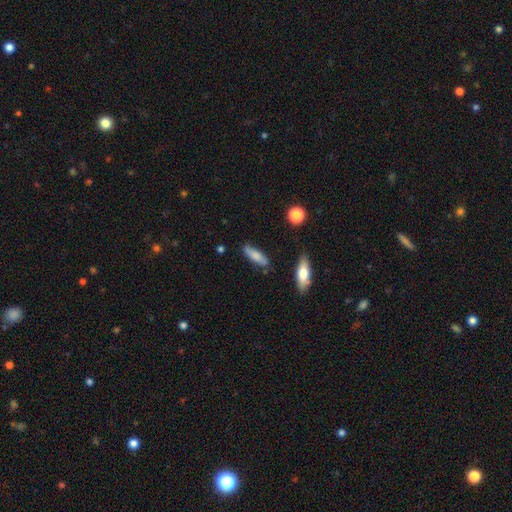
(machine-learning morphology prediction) type=smooth (73%); roundness=cigar-shaped (55%); merging=none (75%).